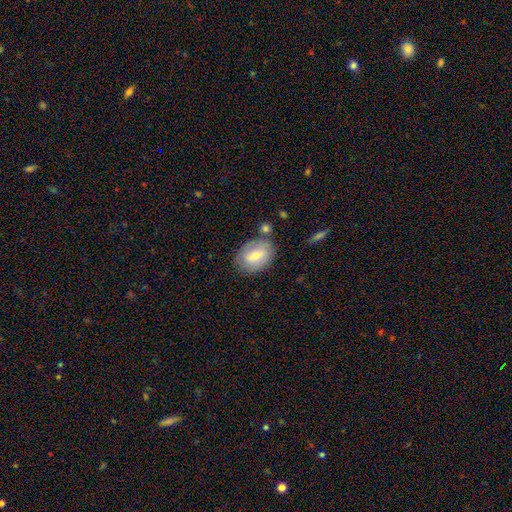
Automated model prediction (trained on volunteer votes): smooth 61%, featured or disk 32%, star or artifact 7%. Down the decision tree: how rounded — in between (71%); merging — none (71%).